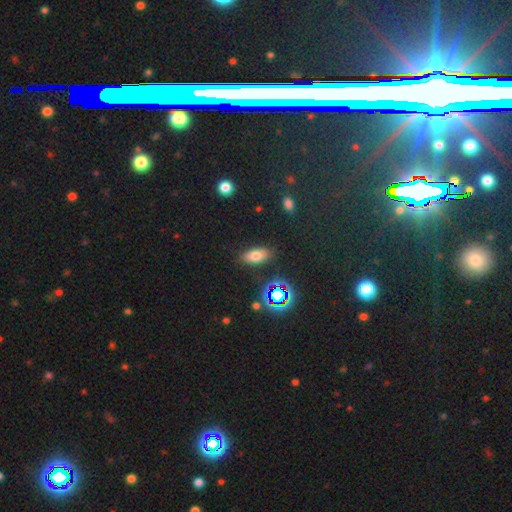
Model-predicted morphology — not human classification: smooth-or-featured: smooth: 67% | star or artifact: 21% | featured or disk: 12%
  how-rounded: in between: 84% | cigar-shaped: 10% | round: 6%
  merging: none: 84% | minor disturbance: 11% | major disturbance: 3% | merger: 2%